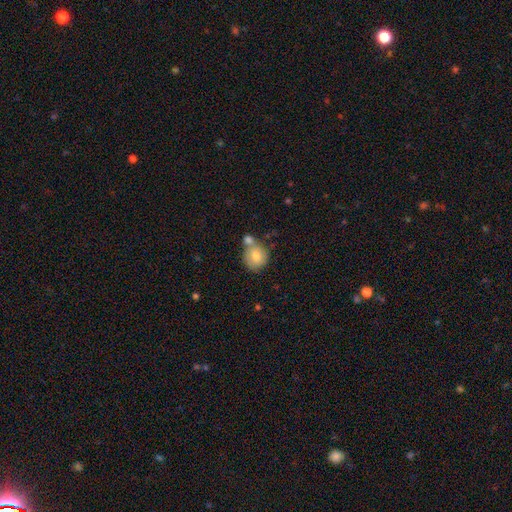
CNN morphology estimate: smooth_or_featured: smooth (p=0.78) [alt: featured or disk p=0.15]
how_rounded: round (p=0.79) [alt: in between p=0.20]
merging: none (p=0.44) [alt: merger p=0.39]